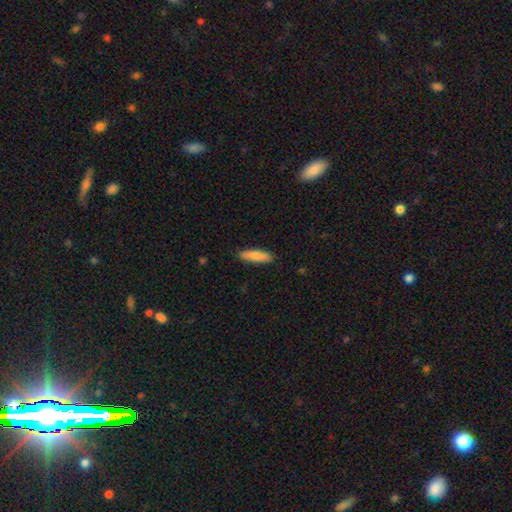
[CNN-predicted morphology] Smooth or featured? Predicted: smooth (p=0.83). How rounded? Predicted: cigar-shaped (p=0.61). Merging? Predicted: none (p=0.88).